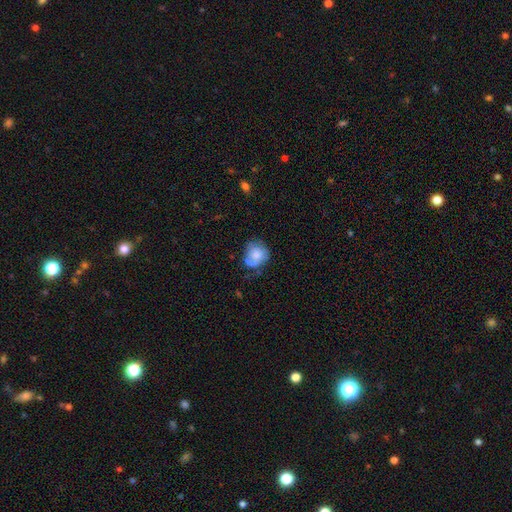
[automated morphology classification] Q: Smooth or featured?
A: smooth (62%); runner-up: featured or disk (31%)
Q: How rounded?
A: round (67%); runner-up: in between (32%)
Q: Merging?
A: none (49%); runner-up: minor disturbance (32%)